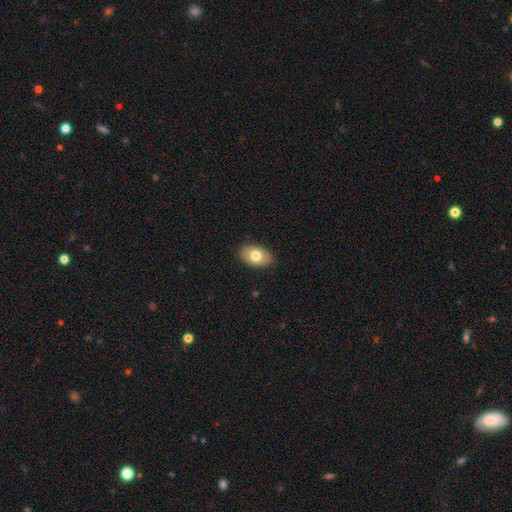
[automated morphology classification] Q: Smooth or featured?
A: smooth (76%); runner-up: featured or disk (17%)
Q: How rounded?
A: in between (90%); runner-up: round (9%)
Q: Merging?
A: none (88%); runner-up: minor disturbance (9%)